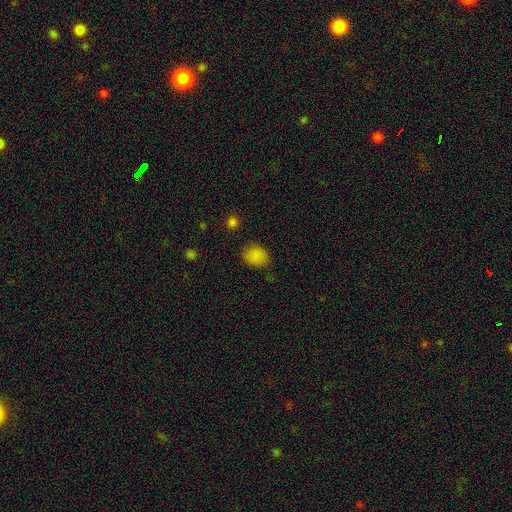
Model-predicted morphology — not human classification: Smooth or featured? Predicted: smooth (p=0.82). How rounded? Predicted: round (p=0.52). Merging? Predicted: none (p=0.77).